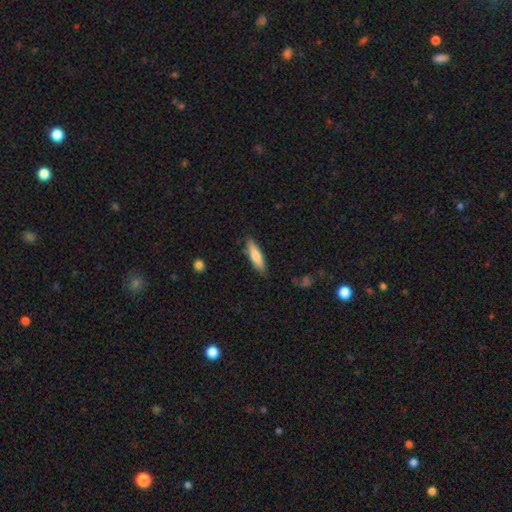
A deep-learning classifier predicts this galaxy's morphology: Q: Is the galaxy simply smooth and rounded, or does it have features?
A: smooth — 73%.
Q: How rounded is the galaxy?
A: cigar-shaped — 71%.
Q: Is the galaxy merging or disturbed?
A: none — 84%.